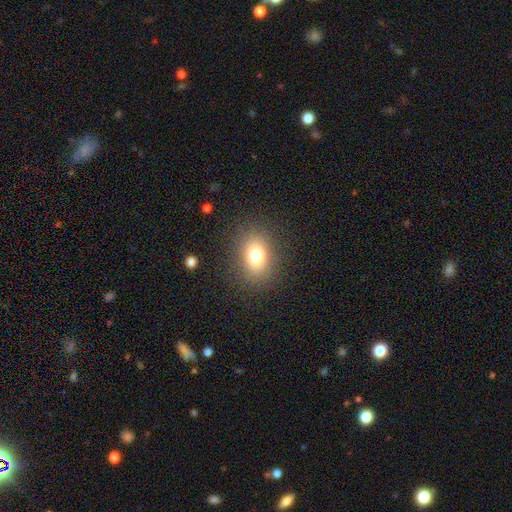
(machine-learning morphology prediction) Smooth or featured? Predicted: smooth (p=0.76). How rounded? Predicted: in between (p=0.62). Merging? Predicted: none (p=0.86).